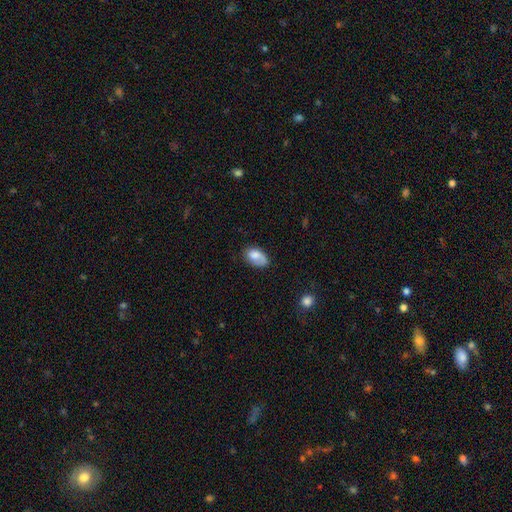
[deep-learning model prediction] Overall: smooth (76%). How rounded: in between (91%). Merging: none (56%; minor disturbance 29%).